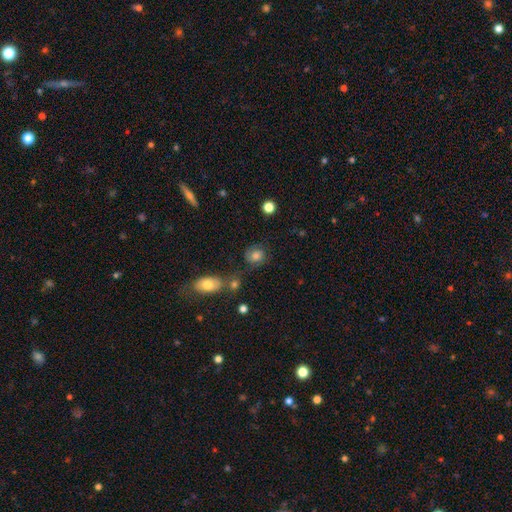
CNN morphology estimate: Q: Smooth or featured?
A: smooth (70%); runner-up: featured or disk (19%)
Q: How rounded?
A: round (70%); runner-up: in between (29%)
Q: Merging?
A: none (66%); runner-up: minor disturbance (18%)